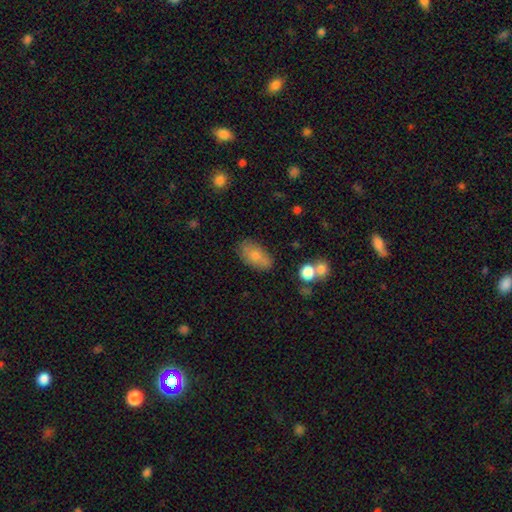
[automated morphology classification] Smooth or featured? Predicted: smooth (p=0.77). How rounded? Predicted: in between (p=0.92). Merging? Predicted: none (p=0.72).